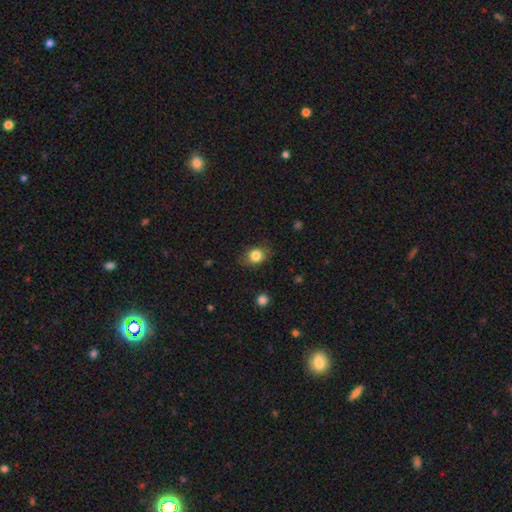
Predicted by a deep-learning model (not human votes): Morphology: type=smooth (82%); roundness=round (51%); merging=none (77%).